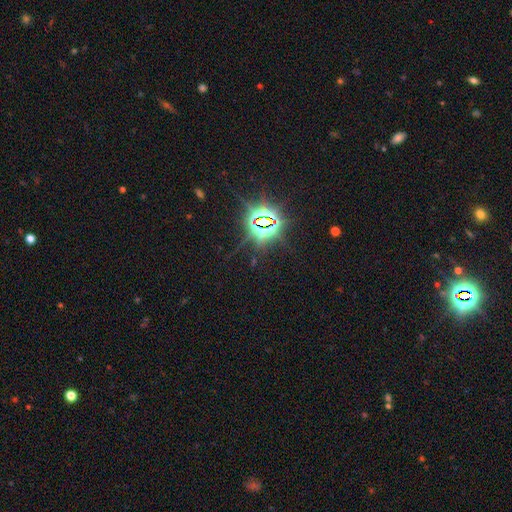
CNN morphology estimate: This is clearly a star or artifact rather than a galaxy (85%).